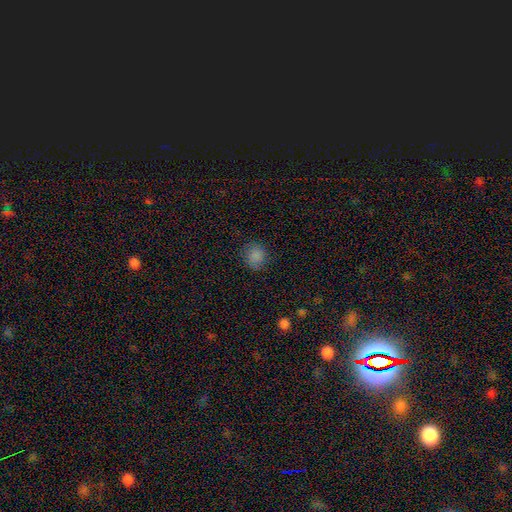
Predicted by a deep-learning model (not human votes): Smooth or featured?
  - smooth: 82% *
  - star or artifact: 13%
  - featured or disk: 5%
How rounded?
  - round: 80% *
  - in between: 19%
  - cigar-shaped: 1%
Merging?
  - none: 82% *
  - minor disturbance: 13%
  - major disturbance: 4%
  - merger: 1%